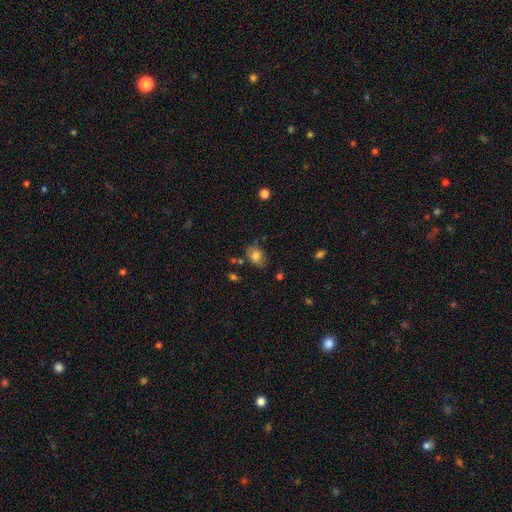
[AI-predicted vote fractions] A smooth galaxy with no disk features (75%) that is in between round and cigar-shaped (75%).

Vote fractions:
- Smooth or featured? smooth: 75% / featured or disk: 16% / star or artifact: 10%
- How rounded? in between: 75% / round: 24% / cigar-shaped: 1%
- Merging? none: 65% / minor disturbance: 24% / major disturbance: 6% / merger: 5%